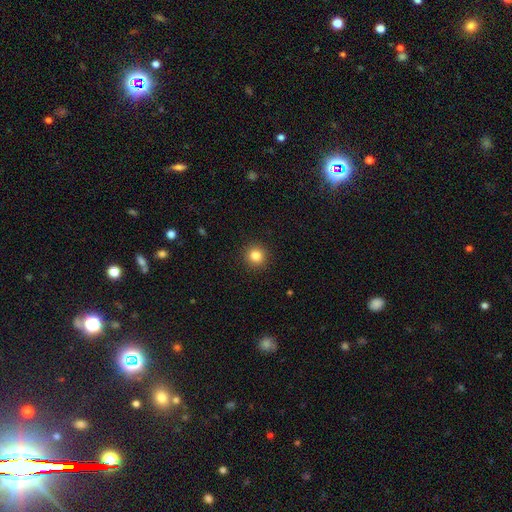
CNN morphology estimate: Q: Smooth or featured?
A: smooth (84%); runner-up: star or artifact (12%)
Q: How rounded?
A: round (94%); runner-up: in between (5%)
Q: Merging?
A: none (92%); runner-up: minor disturbance (5%)